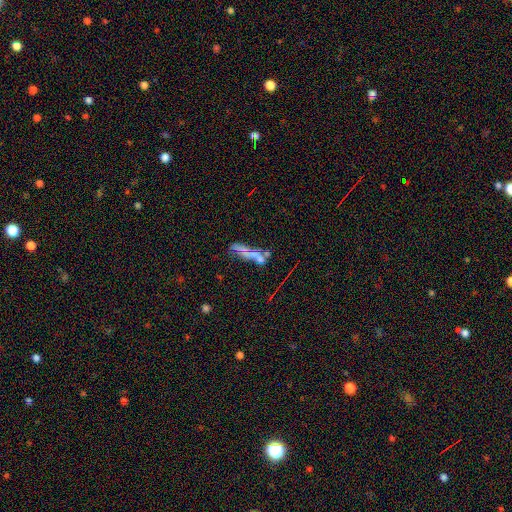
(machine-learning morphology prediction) Smooth or featured?
  - smooth: 41% *
  - featured or disk: 36%
  - star or artifact: 23%
Merging?
  - none: 39% *
  - merger: 29%
  - major disturbance: 16%
  - minor disturbance: 16%